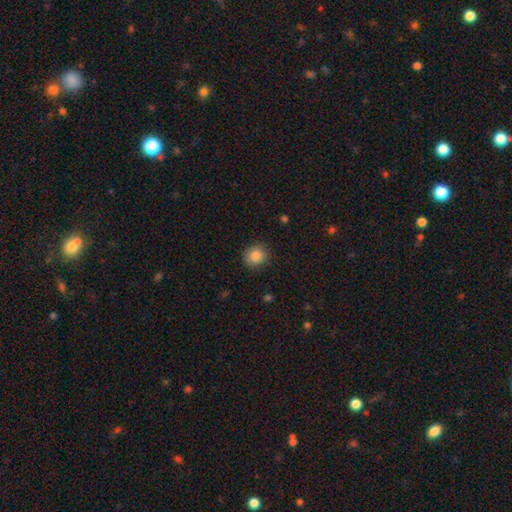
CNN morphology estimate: Smooth or featured?
  - smooth: 85% *
  - star or artifact: 9%
  - featured or disk: 5%
How rounded?
  - round: 84% *
  - in between: 15%
  - cigar-shaped: 1%
Merging?
  - none: 88% *
  - minor disturbance: 9%
  - major disturbance: 3%
  - merger: 1%